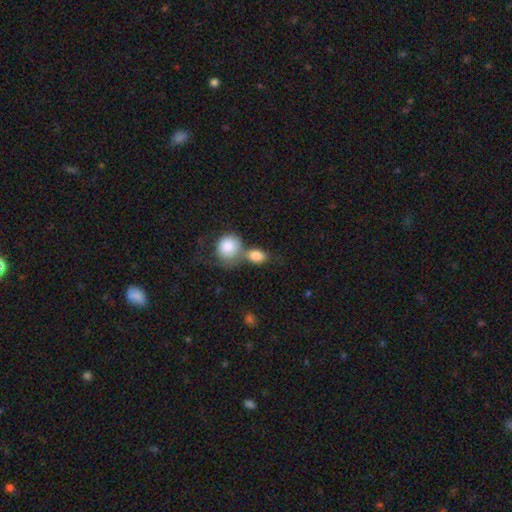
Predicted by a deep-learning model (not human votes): Smooth or featured? Predicted: smooth (p=0.84). How rounded? Predicted: in between (p=0.63). Merging? Predicted: merger (p=0.52).